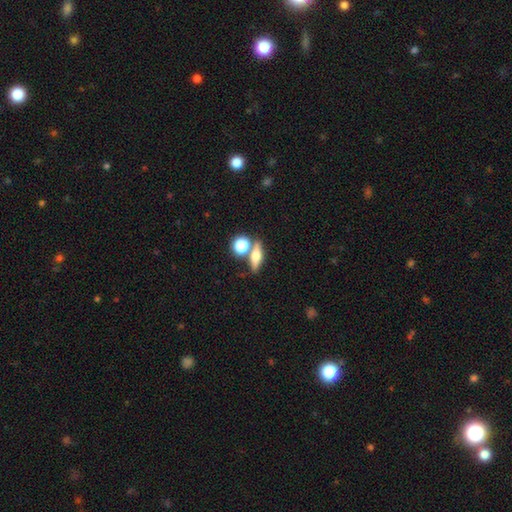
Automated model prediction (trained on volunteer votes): Smooth or featured? Predicted: smooth (p=0.45). Merging? Predicted: none (p=0.65).